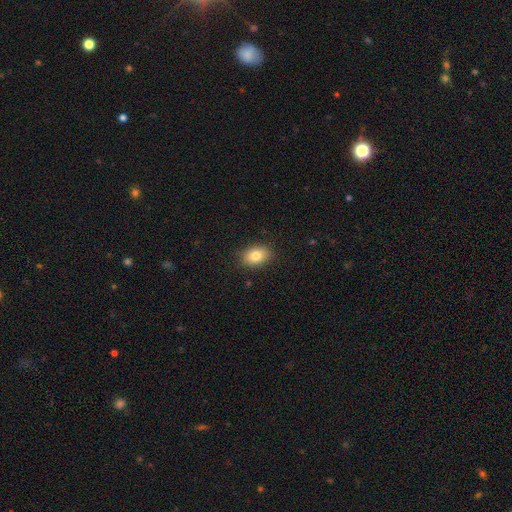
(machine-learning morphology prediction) Overall: smooth (82%). How rounded: in between (77%). Merging: none (86%).